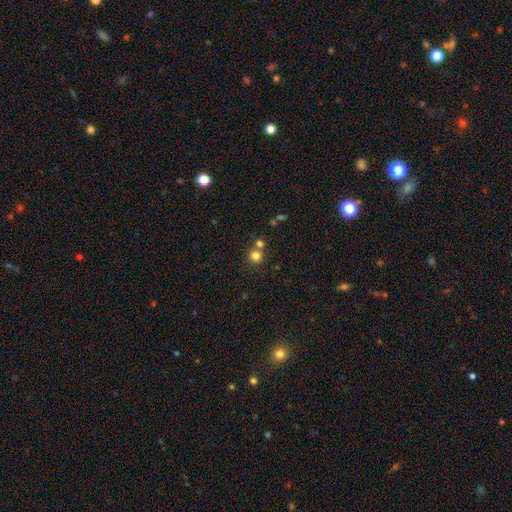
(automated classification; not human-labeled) Q: Smooth or featured?
A: smooth (79%); runner-up: star or artifact (13%)
Q: How rounded?
A: round (89%); runner-up: in between (10%)
Q: Merging?
A: none (60%); runner-up: merger (31%)